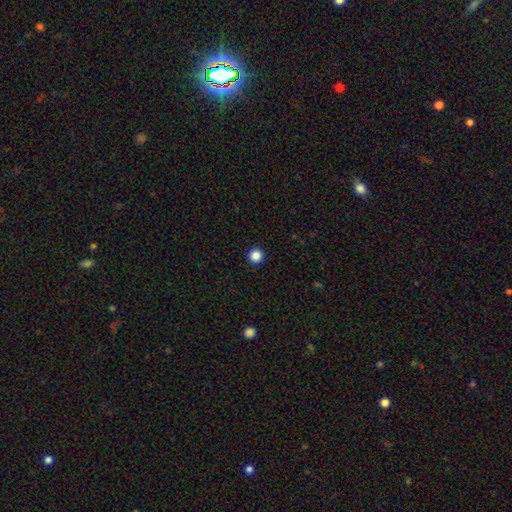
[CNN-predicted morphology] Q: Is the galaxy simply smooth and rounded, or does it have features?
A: smooth — 87%.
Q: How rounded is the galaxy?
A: round — 97%.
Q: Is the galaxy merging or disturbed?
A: none — 94%.